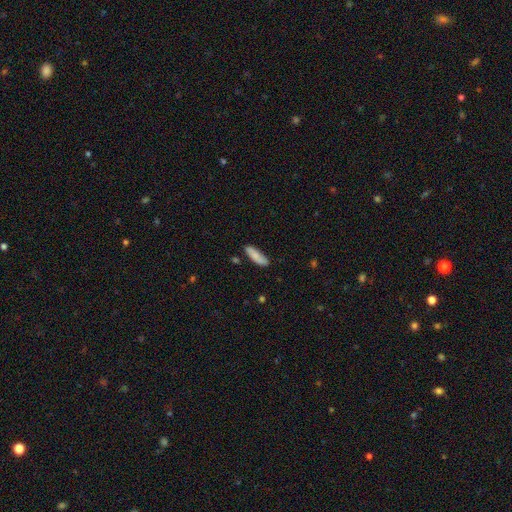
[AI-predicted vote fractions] Smooth or featured? Predicted: smooth (p=0.82). How rounded? Predicted: cigar-shaped (p=0.52). Merging? Predicted: none (p=0.79).